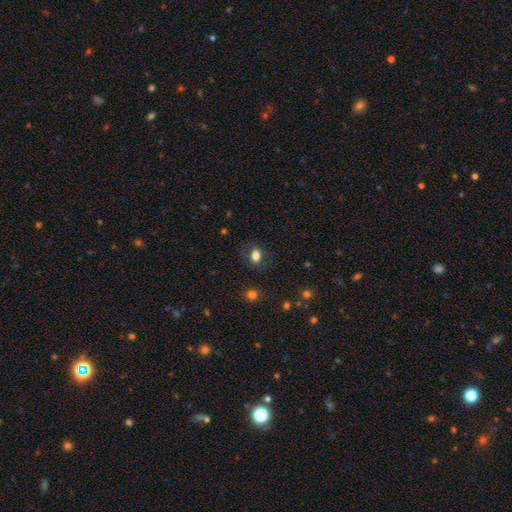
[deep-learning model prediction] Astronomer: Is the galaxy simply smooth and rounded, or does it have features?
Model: smooth — 78%.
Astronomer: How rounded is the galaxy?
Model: in between — 67%.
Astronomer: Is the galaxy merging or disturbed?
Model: none — 77%.